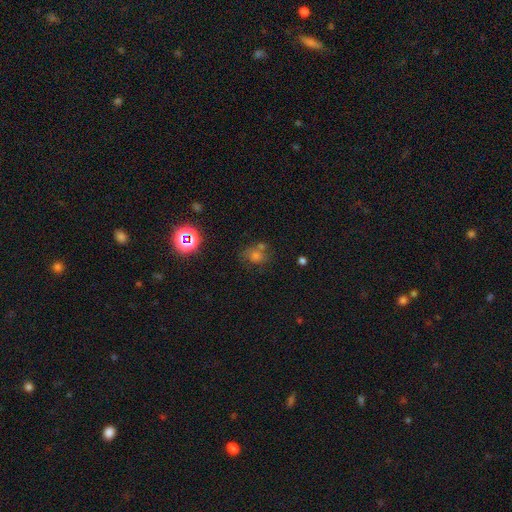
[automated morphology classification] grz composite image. It shows a smooth galaxy with no disk features (54%) that is round (61%). Merging: none (55%).